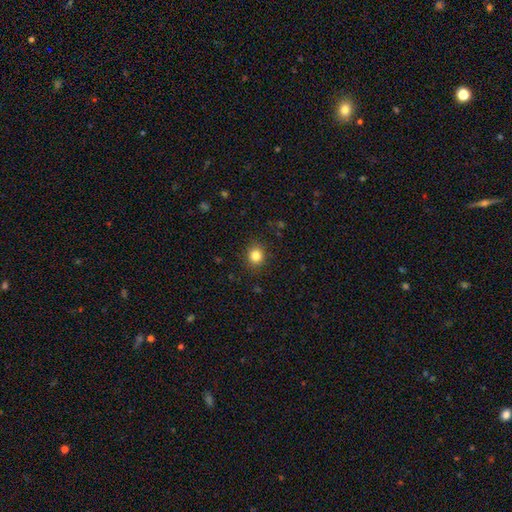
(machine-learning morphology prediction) A smooth galaxy with no disk features (83%) that is round (77%). Merging: none (89%).